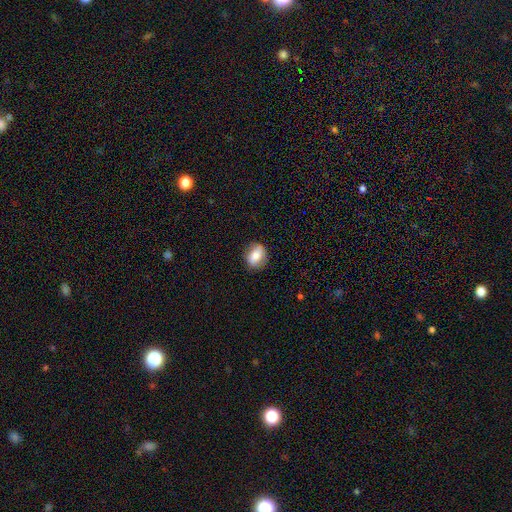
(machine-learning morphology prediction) Smooth or featured?
  - smooth: 70% *
  - featured or disk: 22%
  - star or artifact: 8%
How rounded?
  - in between: 54% *
  - round: 43%
  - cigar-shaped: 2%
Merging?
  - none: 83% *
  - minor disturbance: 13%
  - major disturbance: 3%
  - merger: 1%